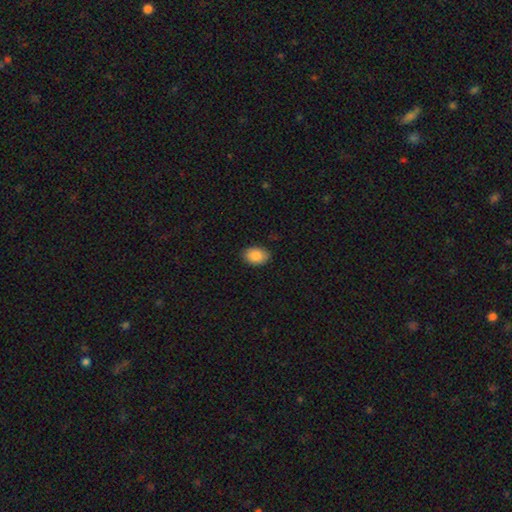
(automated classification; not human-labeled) Overall: smooth (89%). How rounded: in between (84%). Merging: none (88%).